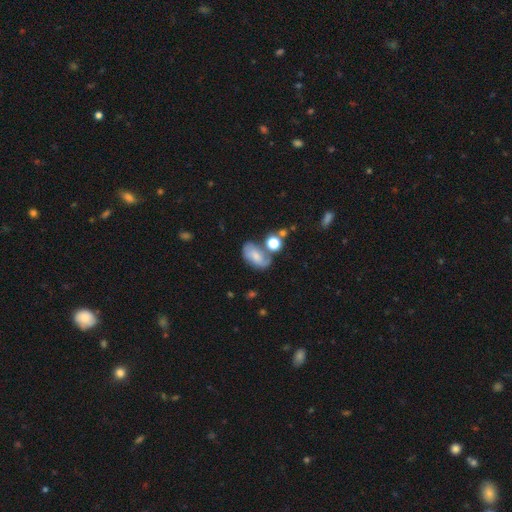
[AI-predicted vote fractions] This appears to be a smooth galaxy with no disk features (47%). Merging: none (47%).